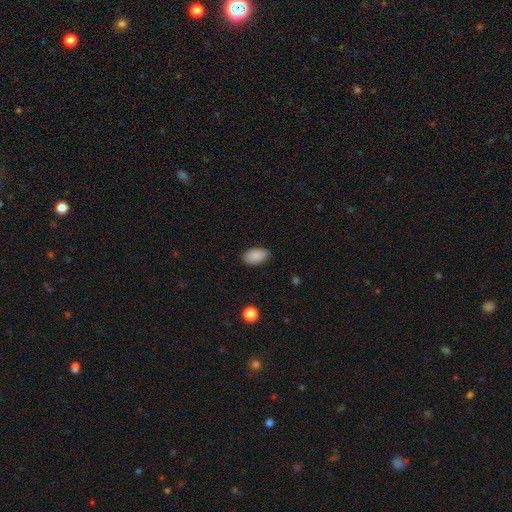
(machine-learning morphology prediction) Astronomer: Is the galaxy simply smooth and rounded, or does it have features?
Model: smooth — 89%.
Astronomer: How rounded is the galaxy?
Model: in between — 93%.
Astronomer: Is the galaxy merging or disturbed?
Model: none — 85%.